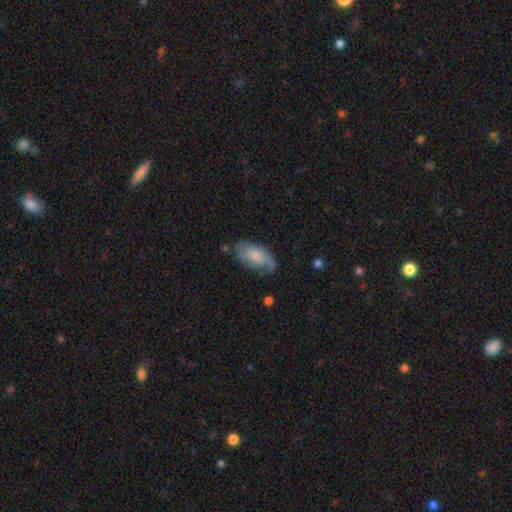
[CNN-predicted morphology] Smooth or featured?
  - smooth: 47% *
  - featured or disk: 45%
  - star or artifact: 7%
Merging?
  - none: 62% *
  - minor disturbance: 25%
  - major disturbance: 10%
  - merger: 2%